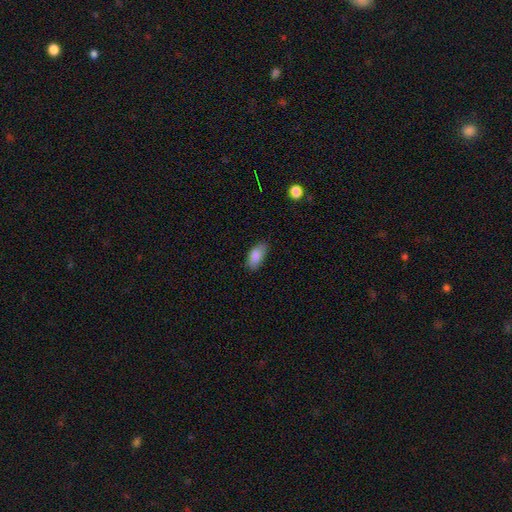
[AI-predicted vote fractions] smooth-or-featured: smooth: 86% | star or artifact: 7% | featured or disk: 7%
  how-rounded: in between: 91% | cigar-shaped: 6% | round: 3%
  merging: none: 78% | minor disturbance: 18% | major disturbance: 4% | merger: 1%